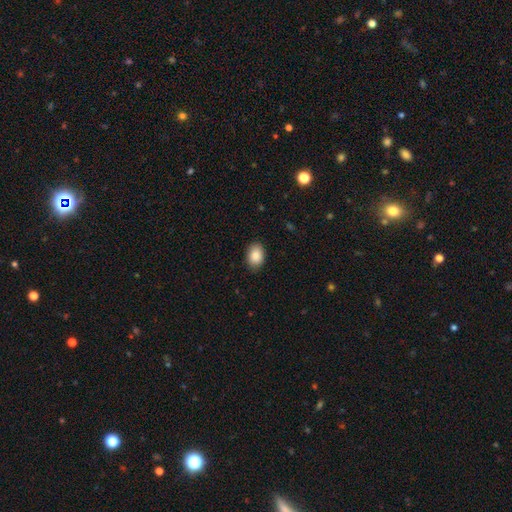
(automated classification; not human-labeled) smooth-or-featured: smooth: 88% | star or artifact: 7% | featured or disk: 5%
  how-rounded: in between: 80% | round: 19% | cigar-shaped: 1%
  merging: none: 88% | minor disturbance: 9% | major disturbance: 2% | merger: 1%